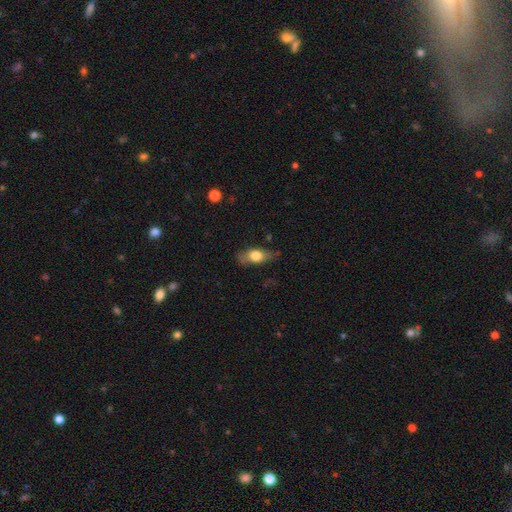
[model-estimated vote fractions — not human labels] smooth_or_featured: smooth (p=0.68) [alt: featured or disk p=0.25]
how_rounded: in between (p=0.76) [alt: cigar-shaped p=0.14]
merging: none (p=0.69) [alt: minor disturbance p=0.23]